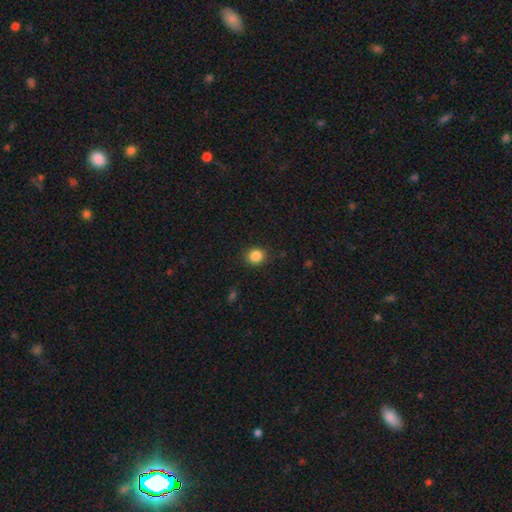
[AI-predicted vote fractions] A smooth galaxy with no disk features (86%) that is round (82%).

Vote fractions:
- Smooth or featured? smooth: 86% / star or artifact: 10% / featured or disk: 4%
- How rounded? round: 82% / in between: 17% / cigar-shaped: 1%
- Merging? none: 89% / minor disturbance: 8% / major disturbance: 2% / merger: 1%